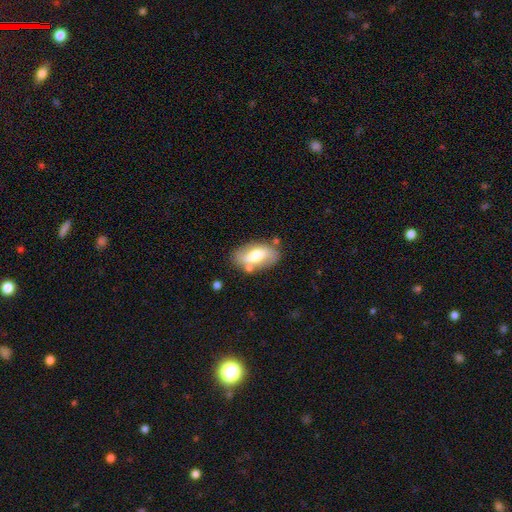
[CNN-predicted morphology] Smooth or featured? Predicted: smooth (p=0.52). How rounded? Predicted: in between (p=0.90). Merging? Predicted: none (p=0.73).